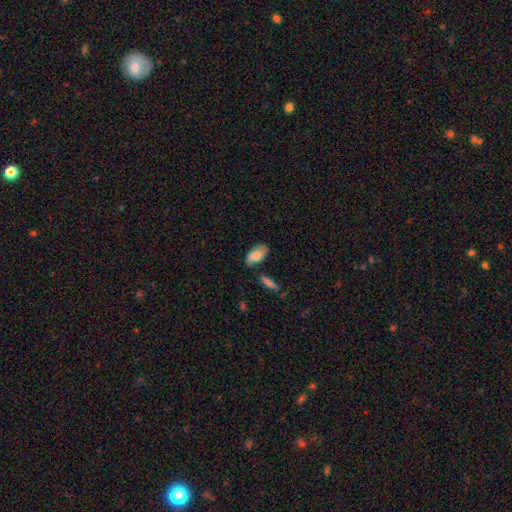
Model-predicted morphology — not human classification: smooth-or-featured: smooth: 77% | featured or disk: 17% | star or artifact: 6%
  how-rounded: in between: 92% | cigar-shaped: 5% | round: 3%
  merging: none: 67% | minor disturbance: 21% | merger: 7% | major disturbance: 5%